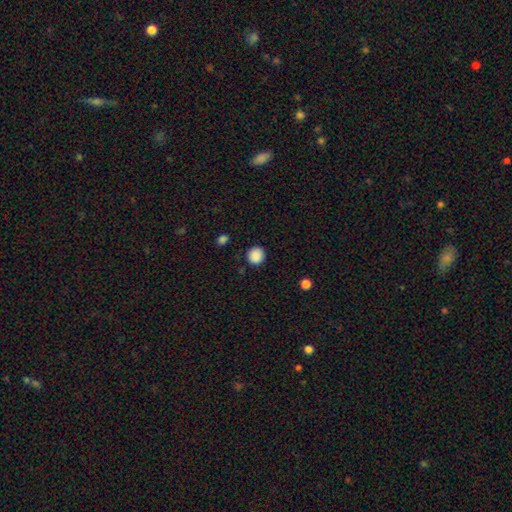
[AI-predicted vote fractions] Smooth or featured? smooth (89%)
How rounded? round (91%)
Merging? none (89%)